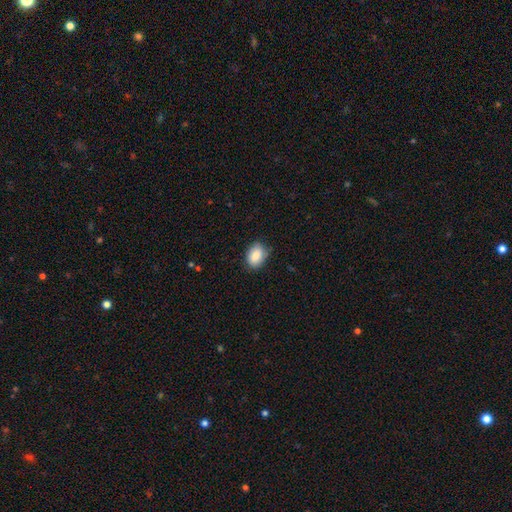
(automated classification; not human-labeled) Smooth or featured? Predicted: smooth (p=0.86). How rounded? Predicted: in between (p=0.82). Merging? Predicted: none (p=0.81).